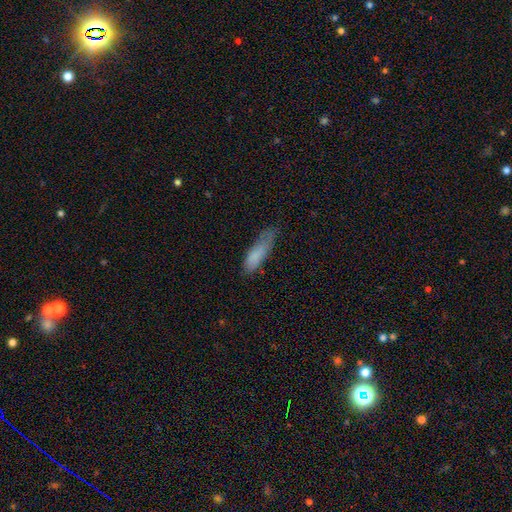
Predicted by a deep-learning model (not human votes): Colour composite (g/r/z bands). It shows a smooth galaxy with no disk features (81%) that is cigar-shaped (50%). Merging: none (47%).